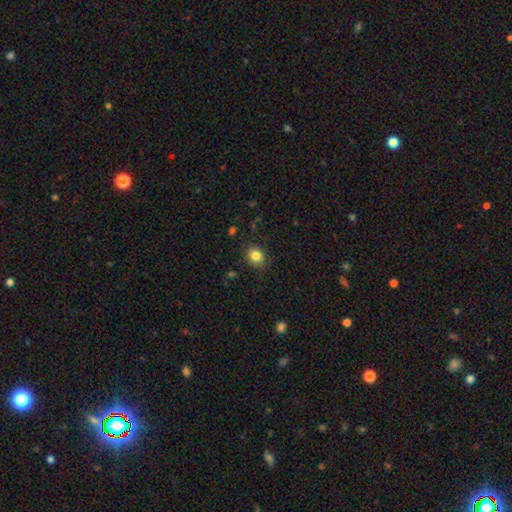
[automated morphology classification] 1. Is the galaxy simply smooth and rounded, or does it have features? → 84% smooth, 11% star or artifact, 6% featured or disk.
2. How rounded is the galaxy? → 57% round, 42% in between, 1% cigar-shaped.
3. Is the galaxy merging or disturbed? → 85% none, 11% minor disturbance, 3% major disturbance, 1% merger.